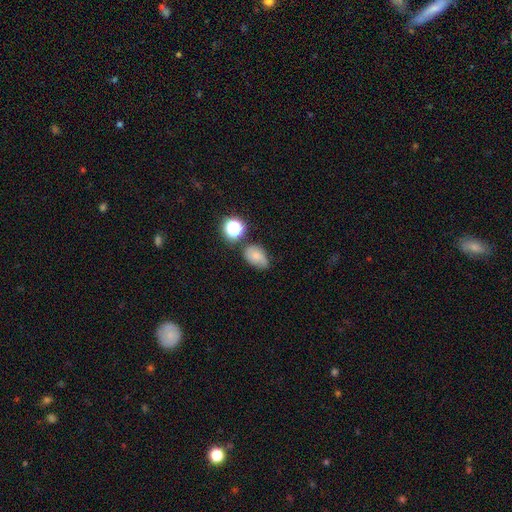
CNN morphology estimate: smooth_or_featured: smooth (p=0.66) [alt: featured or disk p=0.19]
how_rounded: in between (p=0.77) [alt: round p=0.21]
merging: none (p=0.55) [alt: minor disturbance p=0.30]